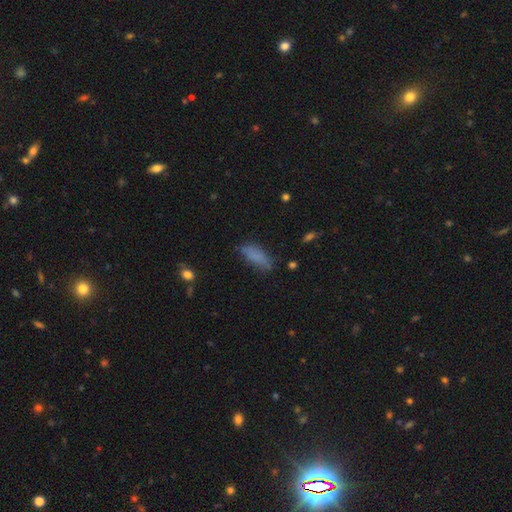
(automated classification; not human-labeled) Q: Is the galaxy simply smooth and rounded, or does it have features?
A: smooth — 82%.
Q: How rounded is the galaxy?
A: in between — 63%.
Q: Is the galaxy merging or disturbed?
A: none — 70%.